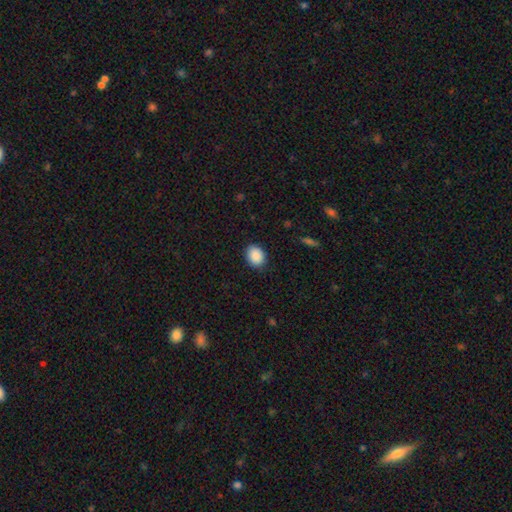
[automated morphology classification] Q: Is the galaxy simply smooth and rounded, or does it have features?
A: smooth — 90%.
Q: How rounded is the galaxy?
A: in between — 55%.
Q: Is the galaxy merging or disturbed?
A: none — 88%.